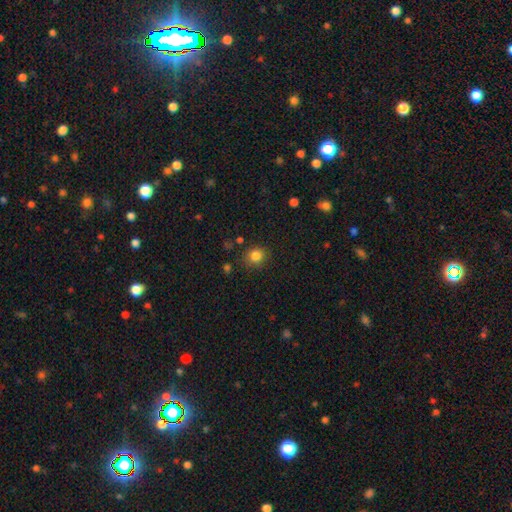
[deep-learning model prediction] smooth 84%, star or artifact 12%, featured or disk 5%. Down the decision tree: how rounded — round (85%); merging — none (82%).